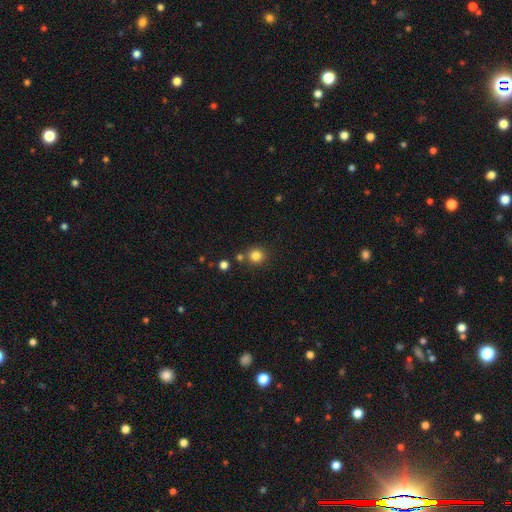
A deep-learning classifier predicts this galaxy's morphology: Smooth or featured: smooth — 83% (star or artifact — 12%)
How rounded: round — 92% (in between — 7%)
Merging: none — 80% (merger — 10%)